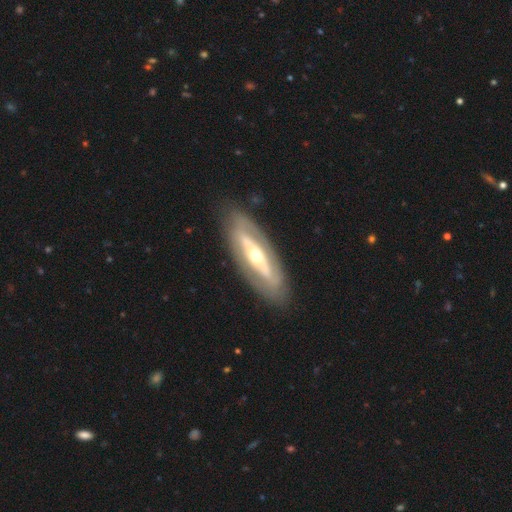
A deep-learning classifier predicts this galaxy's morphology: smooth-or-featured: featured or disk: 73% | smooth: 22% | star or artifact: 5%
  disk-edge-on: no: 79% | yes: 21%
    bar: no: 54% | strong: 28% | weak: 18%
    has-spiral-arms: no: 66% | yes: 34%
    bulge-size: moderate: 64% | small: 27% | large: 7% | dominant: 1% | none: 1%
  merging: none: 83% | minor disturbance: 11% | major disturbance: 5% | merger: 1%